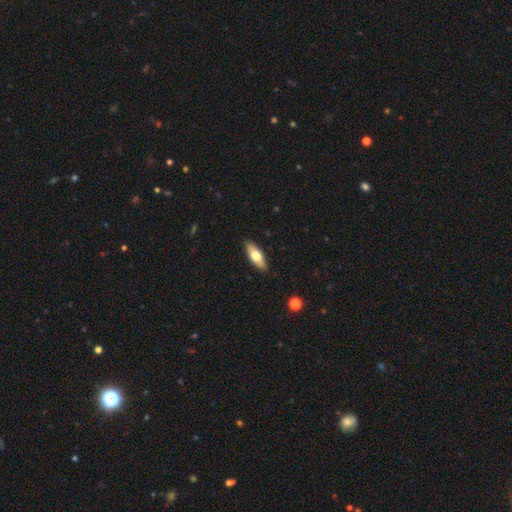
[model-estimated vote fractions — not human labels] Smooth or featured: smooth — 65% (featured or disk — 30%)
How rounded: in between — 62% (cigar-shaped — 36%)
Merging: none — 89% (minor disturbance — 8%)